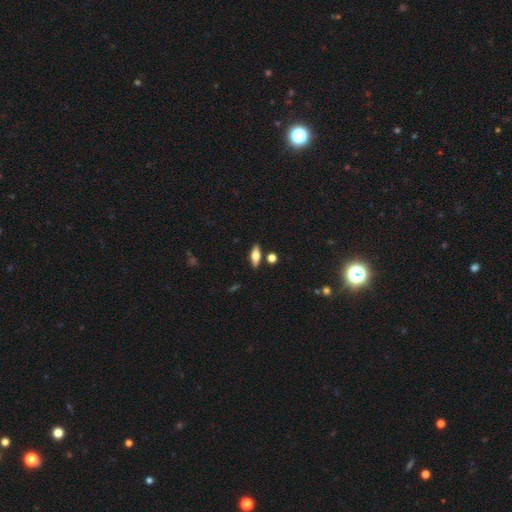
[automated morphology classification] Smooth or featured?
  - smooth: 52% *
  - featured or disk: 40%
  - star or artifact: 8%
How rounded?
  - in between: 65% *
  - cigar-shaped: 31%
  - round: 4%
Merging?
  - none: 84% *
  - minor disturbance: 9%
  - merger: 5%
  - major disturbance: 2%